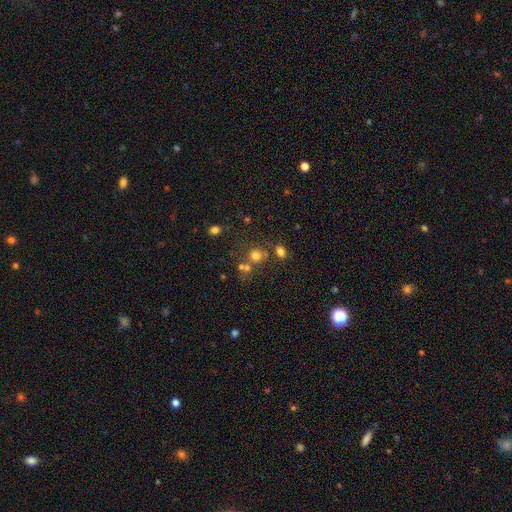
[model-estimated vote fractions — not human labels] This is likely a smooth galaxy (70%). How rounded: clearly round (83%). Merging: possibly none (56%).